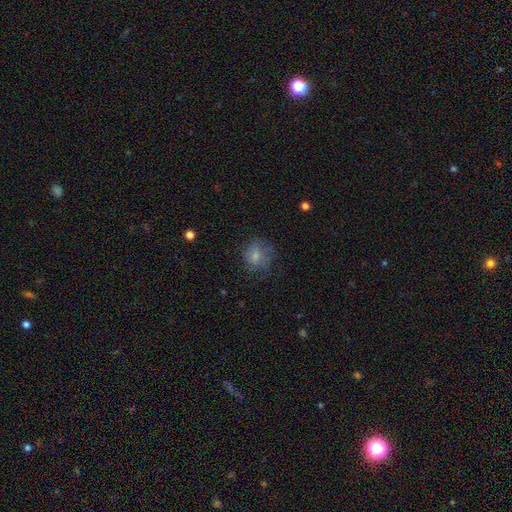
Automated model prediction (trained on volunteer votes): A smooth galaxy with no disk features (60%) that is round (67%). Merging: none (59%).